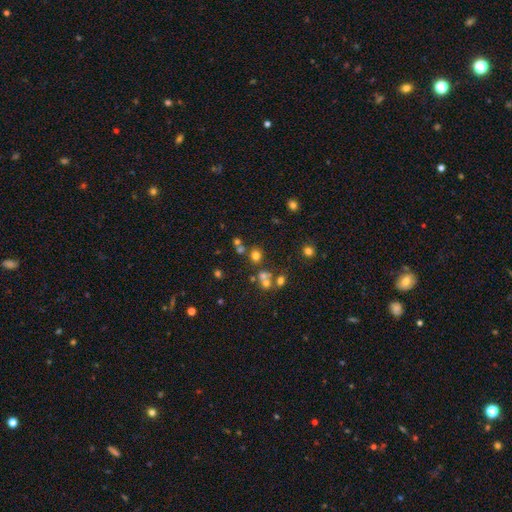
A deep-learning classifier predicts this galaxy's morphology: Overall: smooth (65%). How rounded: round (85%). Merging: none (65%).